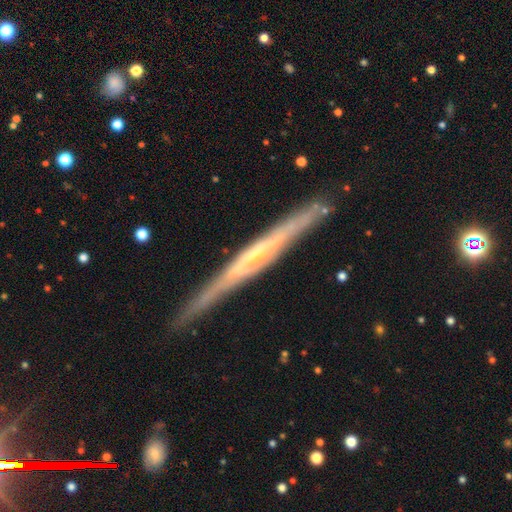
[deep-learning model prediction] smooth_or_featured: featured or disk (p=0.80) [alt: smooth p=0.15]
disk_edge_on: yes (p=0.96) [alt: no p=0.04]
edge_on_bulge: rounded (p=0.46) [alt: none p=0.44]
merging: none (p=0.86) [alt: minor disturbance p=0.11]